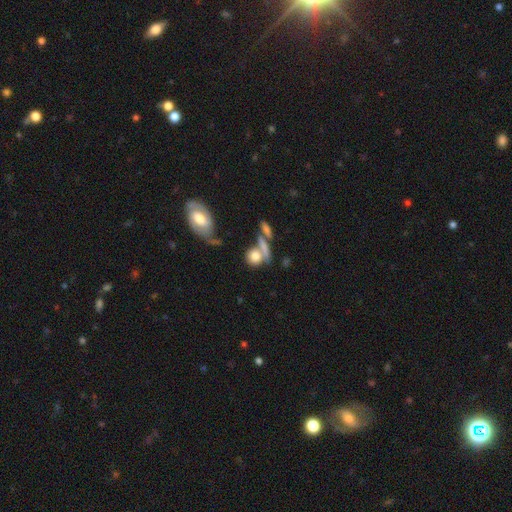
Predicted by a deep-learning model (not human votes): Smooth or featured?
  - smooth: 72% *
  - featured or disk: 18%
  - star or artifact: 10%
How rounded?
  - round: 73% *
  - in between: 22%
  - cigar-shaped: 5%
Merging?
  - none: 42% *
  - merger: 36%
  - minor disturbance: 13%
  - major disturbance: 9%